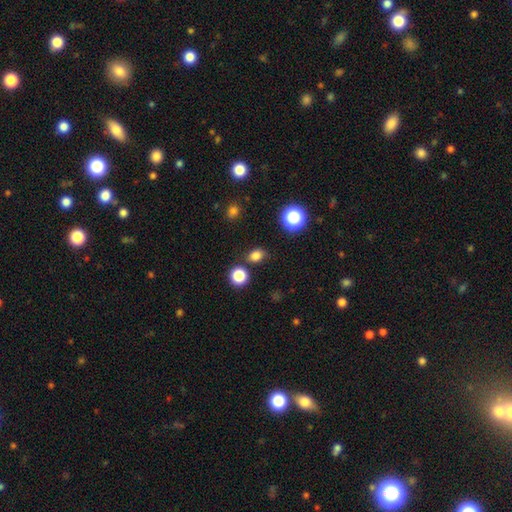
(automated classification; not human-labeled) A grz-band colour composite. It shows a smooth galaxy with no disk features (78%) that is in between round and cigar-shaped (50%). Merging: none (77%).